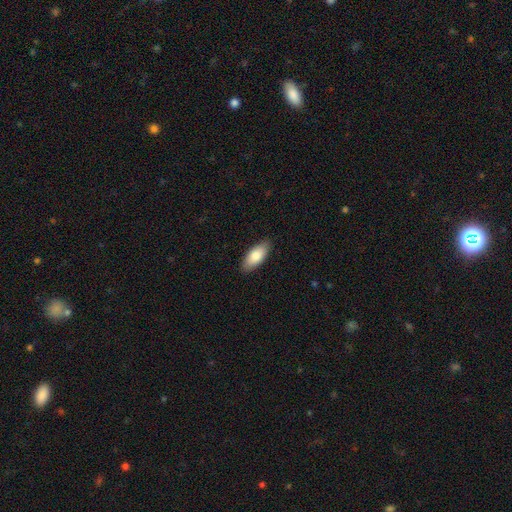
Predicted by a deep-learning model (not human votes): The model was most divided on "smooth or featured": smooth: 83%, featured or disk: 12%, star or artifact: 6%. More confident: how rounded — in between (88%); merging — none (88%).